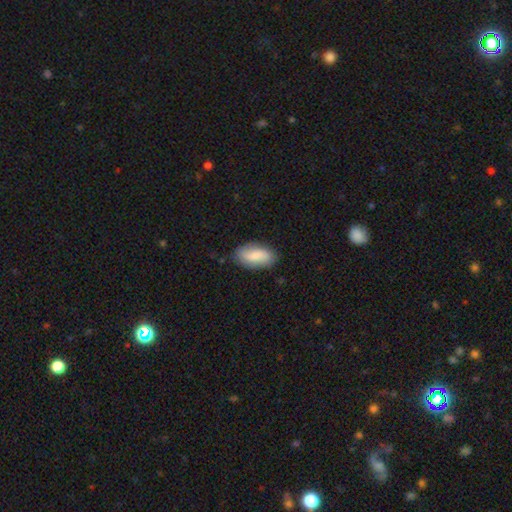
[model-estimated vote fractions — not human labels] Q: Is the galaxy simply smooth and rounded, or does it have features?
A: smooth — 65%.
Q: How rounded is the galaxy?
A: in between — 91%.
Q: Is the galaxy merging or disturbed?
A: none — 83%.